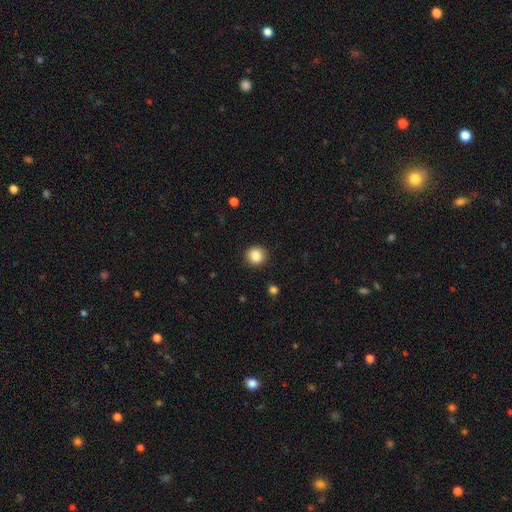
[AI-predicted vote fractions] Morphology: type=smooth (87%); roundness=round (92%); merging=none (91%).